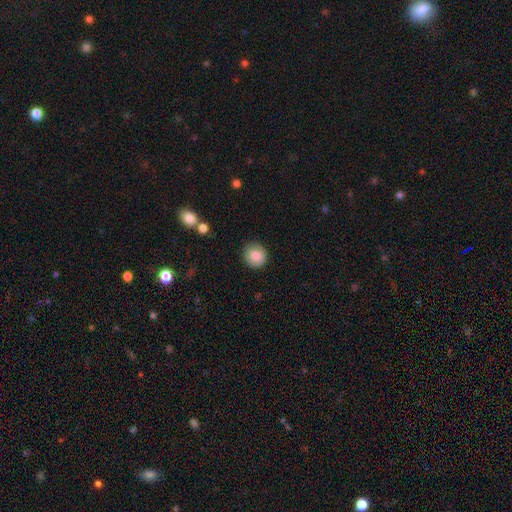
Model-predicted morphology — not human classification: Overall: smooth (81%). How rounded: round (92%). Merging: none (89%).